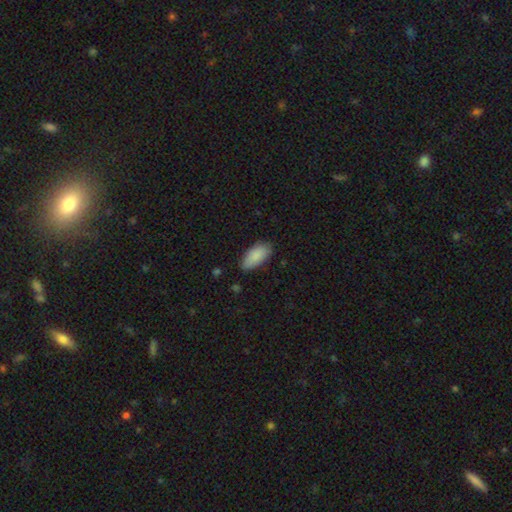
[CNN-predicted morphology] A smooth galaxy with no disk features (88%) that is in between round and cigar-shaped (91%). Merging: none (74%).